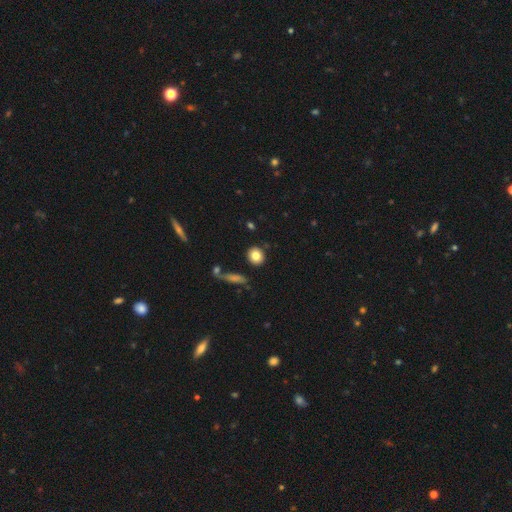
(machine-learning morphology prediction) This appears to be a smooth galaxy with no disk features (82%) that is round (76%). Merging: none (85%).